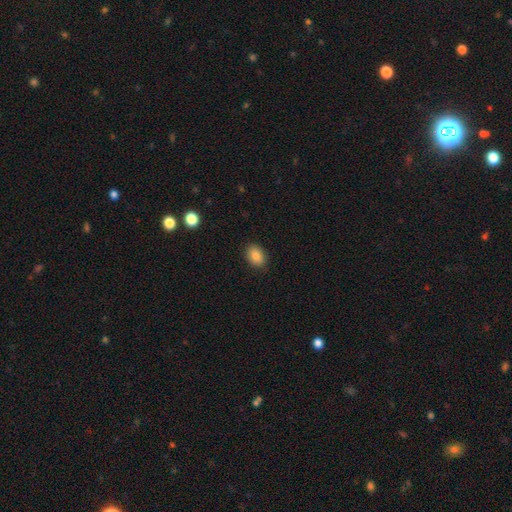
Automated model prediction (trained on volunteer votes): Smooth or featured: smooth — 85% (star or artifact — 9%)
How rounded: in between — 74% (round — 25%)
Merging: none — 88% (minor disturbance — 8%)